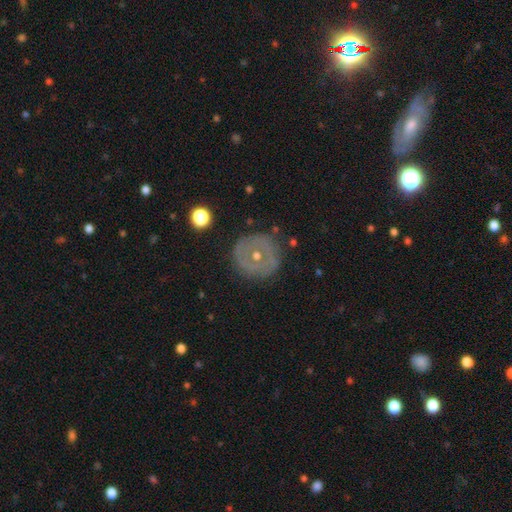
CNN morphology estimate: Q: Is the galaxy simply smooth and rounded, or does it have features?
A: featured or disk — 60%.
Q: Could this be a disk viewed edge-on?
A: no — 95%.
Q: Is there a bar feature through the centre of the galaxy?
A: no — 78%.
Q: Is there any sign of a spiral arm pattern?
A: no — 71%.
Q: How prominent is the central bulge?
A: moderate — 50%.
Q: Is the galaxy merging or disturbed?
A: none — 82%.